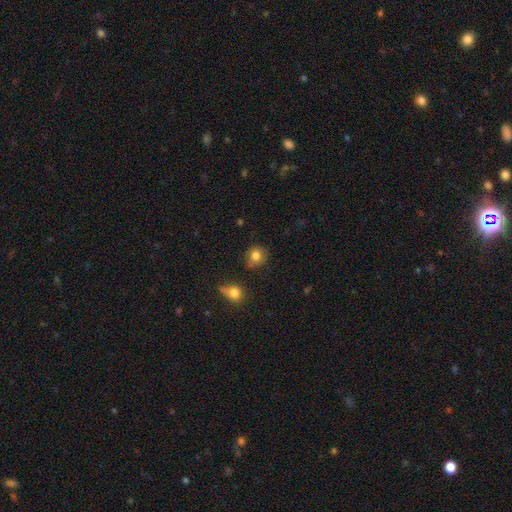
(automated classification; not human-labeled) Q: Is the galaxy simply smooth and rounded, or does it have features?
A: smooth — 81%.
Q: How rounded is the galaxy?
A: round — 80%.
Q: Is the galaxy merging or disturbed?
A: none — 74%.